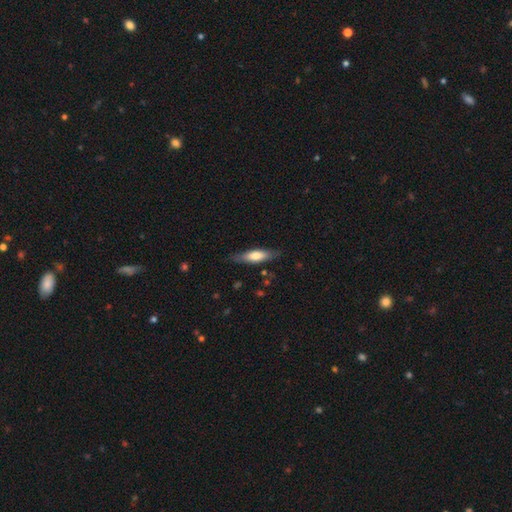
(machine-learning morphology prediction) This appears to be a smooth galaxy with no disk features (62%) that is cigar-shaped (63%). Merging: none (81%).